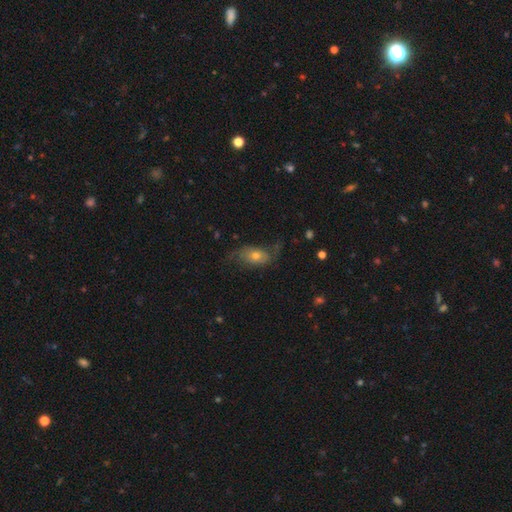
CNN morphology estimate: A smooth galaxy with no disk features (46%).

Vote fractions:
- Smooth or featured? smooth: 46% / featured or disk: 43% / star or artifact: 11%
- Merging? none: 51% / minor disturbance: 26% / major disturbance: 20% / merger: 2%